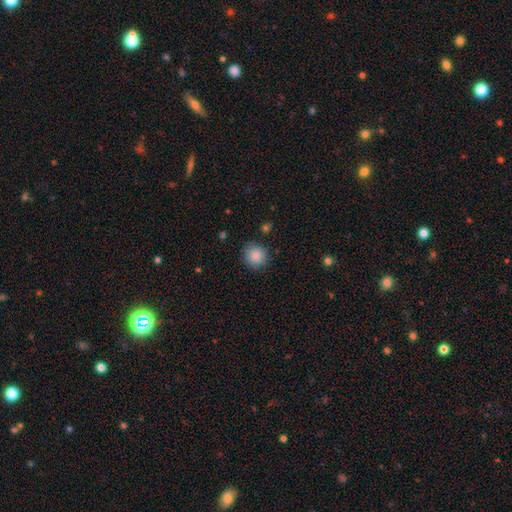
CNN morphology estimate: This appears to be a smooth galaxy with no disk features (87%) that is round (91%). Merging: none (86%).